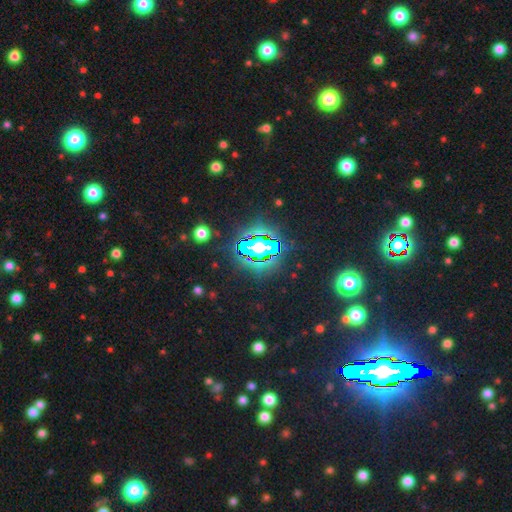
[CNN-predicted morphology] A star or artifact, not a galaxy (81%).

Vote fractions:
- Smooth or featured? star or artifact: 81% / smooth: 11% / featured or disk: 8%